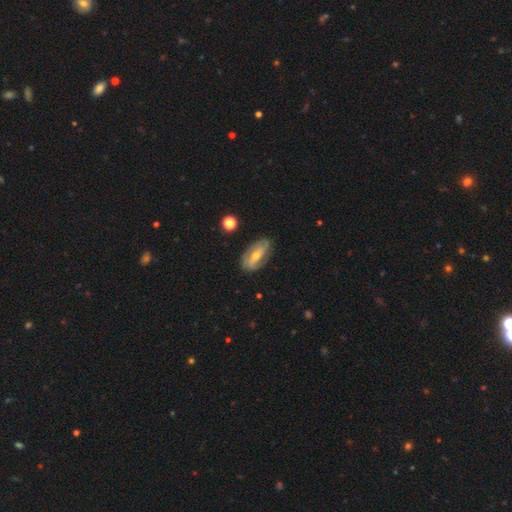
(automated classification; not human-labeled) Morphology: type=featured or disk (55%); edge-on=no (82%); merging=none (75%).